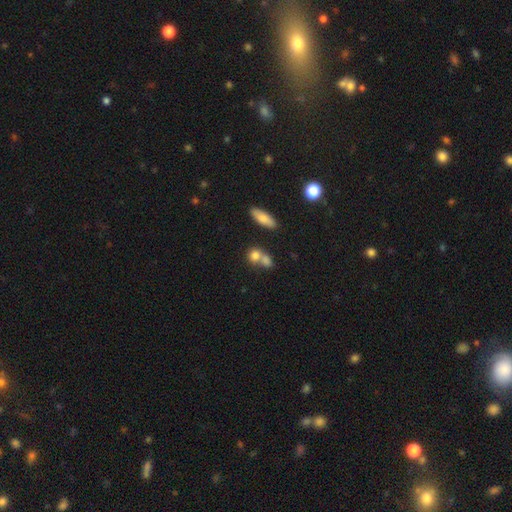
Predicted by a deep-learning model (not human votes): Smooth or featured? Predicted: smooth (p=0.78). How rounded? Predicted: round (p=0.58). Merging? Predicted: merger (p=0.49).